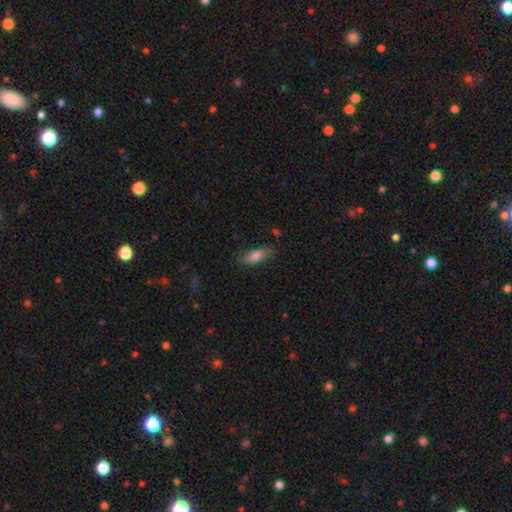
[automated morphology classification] The model was most divided on "how rounded": in between: 75%, cigar-shaped: 23%, round: 3%. More confident: smooth or featured — smooth (78%); merging — none (78%).